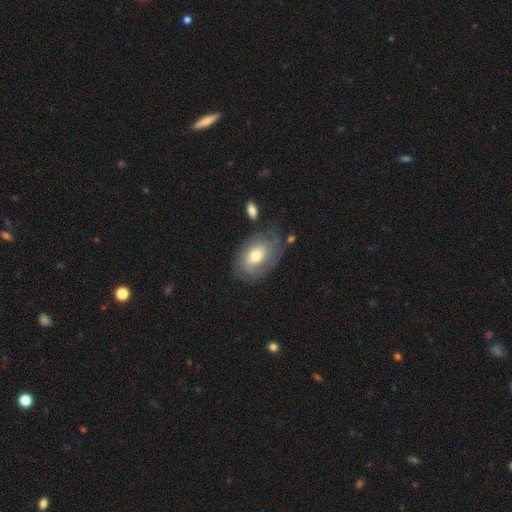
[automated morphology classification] This appears to be a featured or disk galaxy (47%). Merging: none (68%).